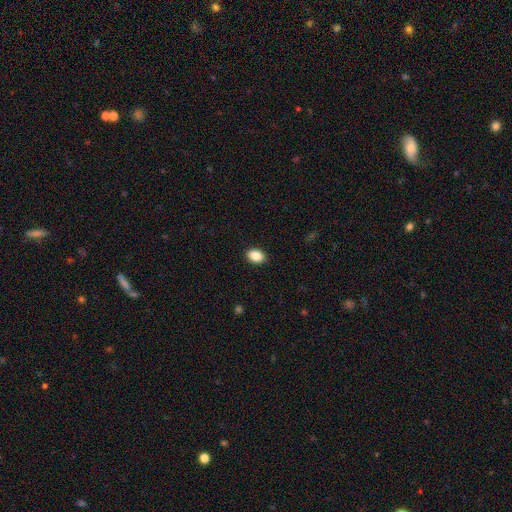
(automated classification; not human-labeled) smooth_or_featured: smooth (p=0.88) [alt: star or artifact p=0.08]
how_rounded: in between (p=0.79) [alt: round p=0.20]
merging: none (p=0.90) [alt: minor disturbance p=0.07]